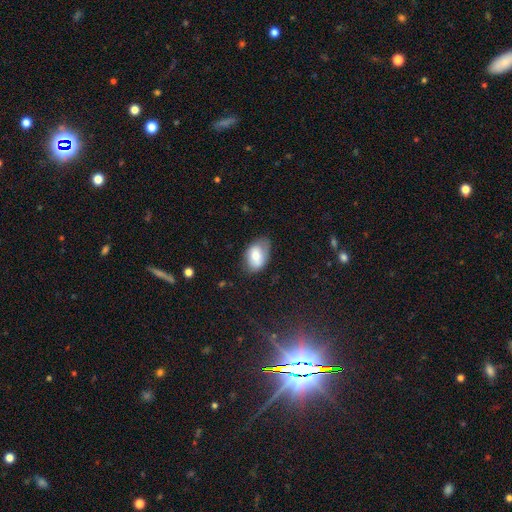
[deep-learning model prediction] The model was most divided on "merging": none: 61%, minor disturbance: 29%, major disturbance: 8%, merger: 2%. More confident: how rounded — in between (87%); smooth or featured — smooth (67%).